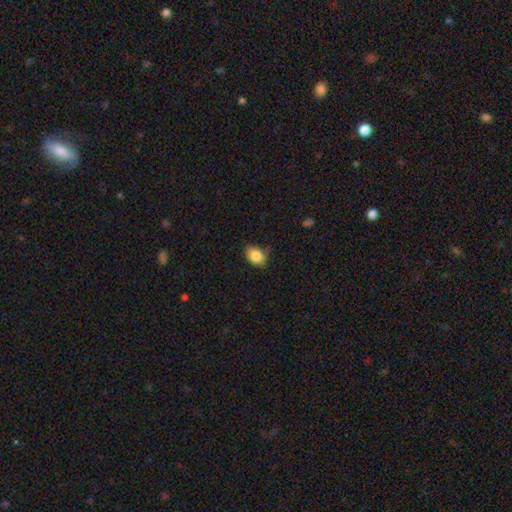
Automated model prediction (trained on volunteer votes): Smooth or featured: smooth — 86% (star or artifact — 8%)
How rounded: in between — 75% (round — 24%)
Merging: none — 74% (minor disturbance — 21%)